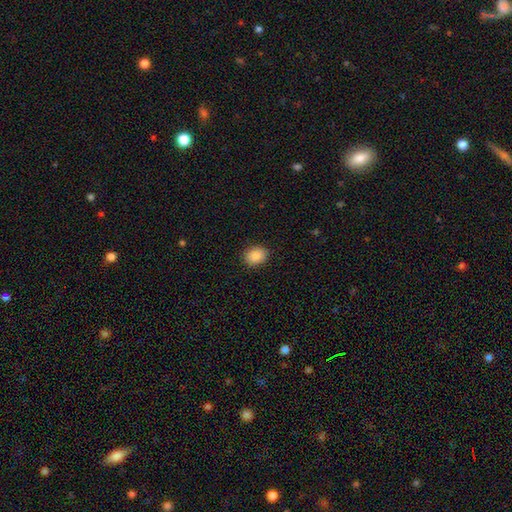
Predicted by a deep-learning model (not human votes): Smooth or featured? smooth (88%)
How rounded? in between (56%)
Merging? none (89%)